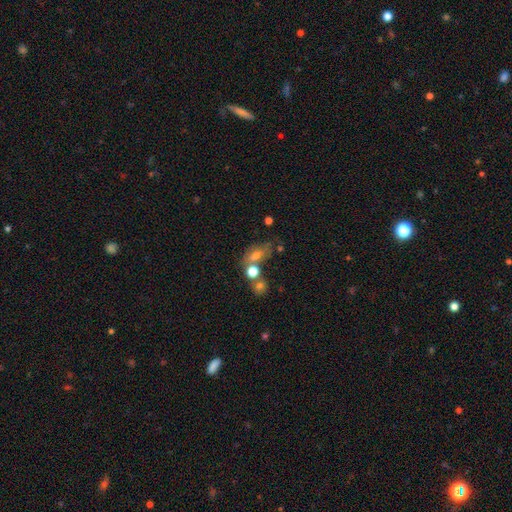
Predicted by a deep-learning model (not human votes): Smooth or featured: smooth — 57% (featured or disk — 24%)
How rounded: in between — 70% (round — 24%)
Merging: none — 42% (merger — 30%)